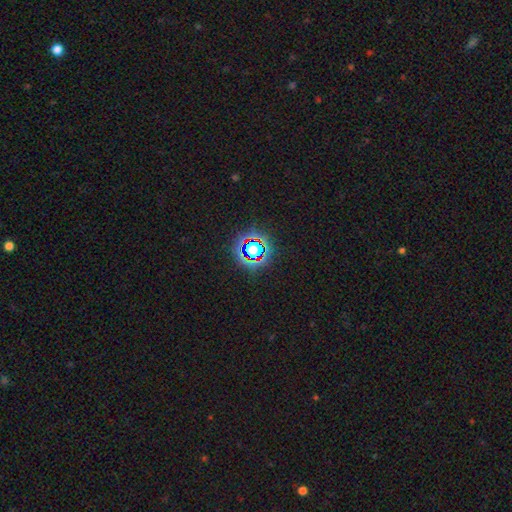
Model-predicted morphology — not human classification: Overall: star or artifact (69%).